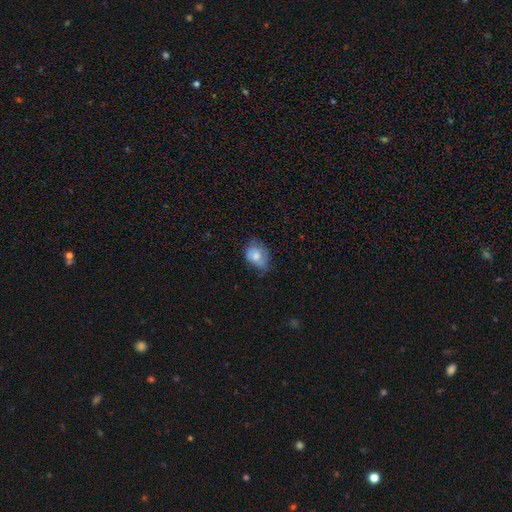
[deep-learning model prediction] Smooth or featured: smooth — 74% (featured or disk — 18%)
How rounded: in between — 67% (round — 32%)
Merging: none — 45% (minor disturbance — 40%)